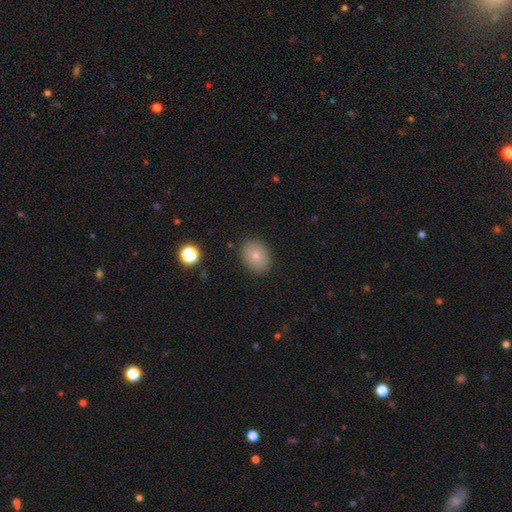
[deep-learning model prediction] A smooth galaxy with no disk features (77%) that is in between round and cigar-shaped (58%).

Vote fractions:
- Smooth or featured? smooth: 77% / featured or disk: 13% / star or artifact: 10%
- How rounded? in between: 58% / round: 41% / cigar-shaped: 1%
- Merging? none: 87% / minor disturbance: 9% / major disturbance: 2% / merger: 1%